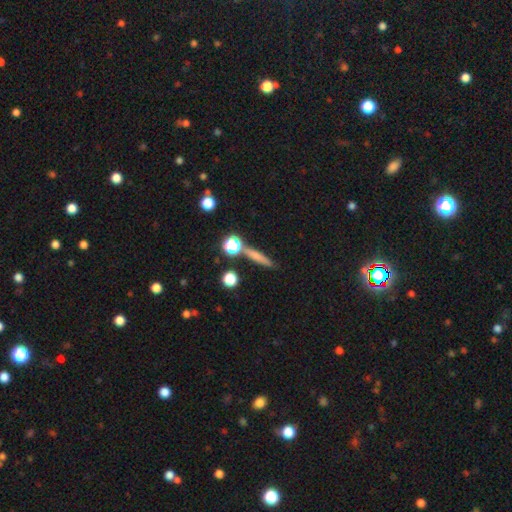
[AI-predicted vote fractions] Overall: smooth (65%). How rounded: cigar-shaped (79%). Merging: none (78%).